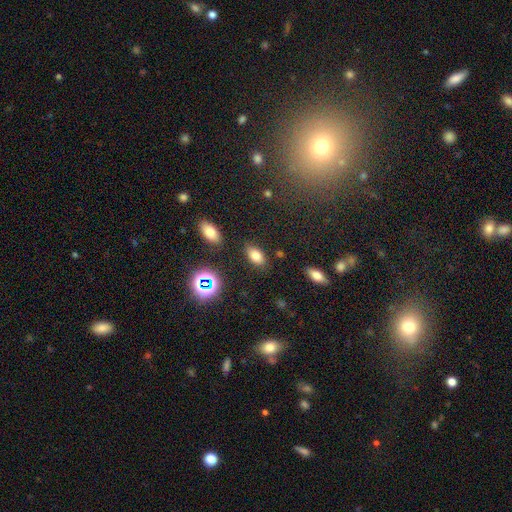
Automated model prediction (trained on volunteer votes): A smooth galaxy with no disk features (78%) that is in between round and cigar-shaped (89%). Merging: none (82%).